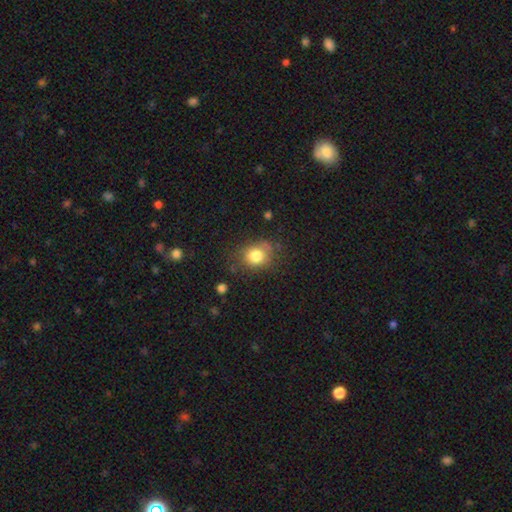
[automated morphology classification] This is clearly a smooth galaxy (81%). How rounded: likely round (63%). Merging: likely none (68%).